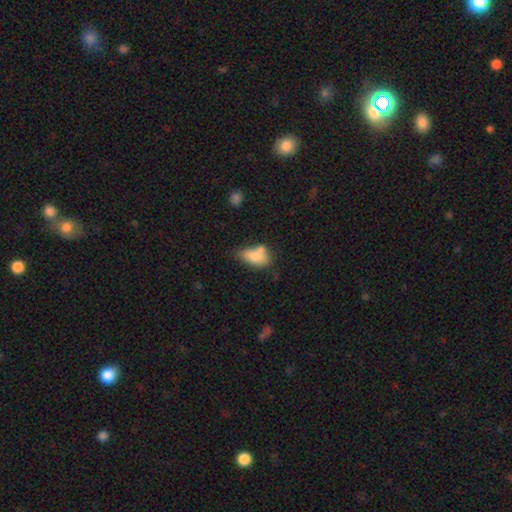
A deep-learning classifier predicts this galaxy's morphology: Q: Smooth or featured?
A: smooth (75%); runner-up: featured or disk (17%)
Q: How rounded?
A: in between (86%); runner-up: round (9%)
Q: Merging?
A: none (37%); runner-up: merger (31%)